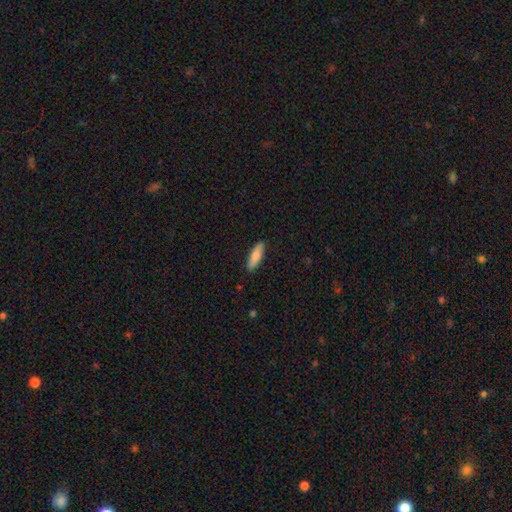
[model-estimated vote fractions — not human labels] smooth-or-featured: smooth: 81% | featured or disk: 14% | star or artifact: 6%
  how-rounded: cigar-shaped: 57% | in between: 42% | round: 2%
  merging: none: 89% | minor disturbance: 9% | major disturbance: 2% | merger: 1%